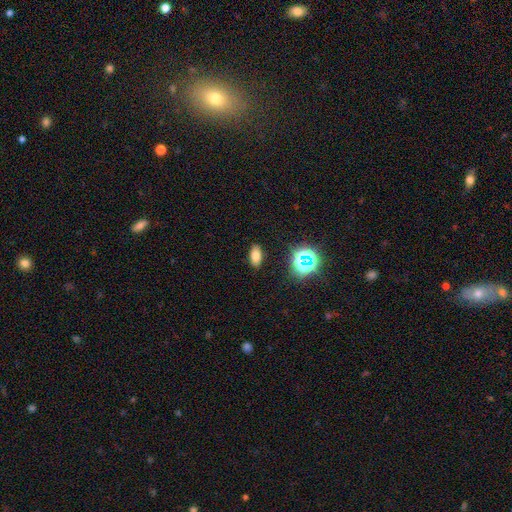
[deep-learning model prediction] The model was most divided on "smooth or featured": smooth: 72%, star or artifact: 19%, featured or disk: 10%. More confident: how rounded — in between (88%); merging — none (88%).